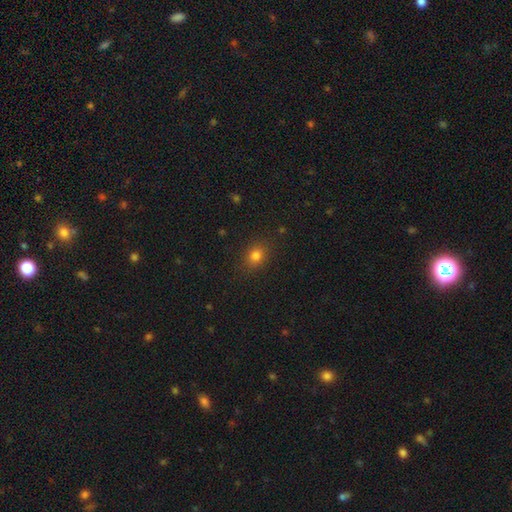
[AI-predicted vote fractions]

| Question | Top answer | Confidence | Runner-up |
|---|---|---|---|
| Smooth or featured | smooth | 80% | star or artifact (14%) |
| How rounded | round | 51% | in between (48%) |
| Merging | none | 85% | minor disturbance (10%) |